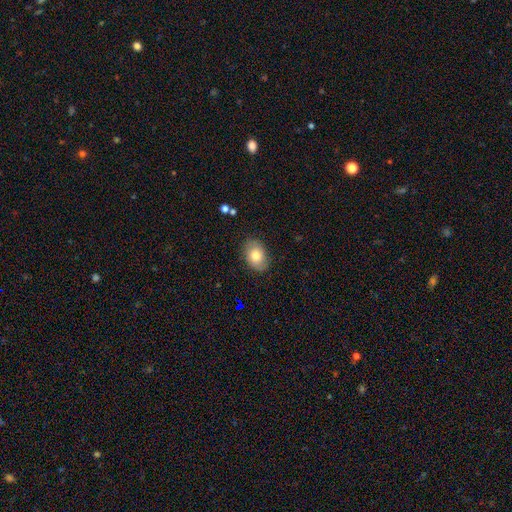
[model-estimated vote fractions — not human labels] Smooth or featured: smooth — 78% (featured or disk — 14%)
How rounded: in between — 81% (round — 18%)
Merging: none — 83% (minor disturbance — 13%)